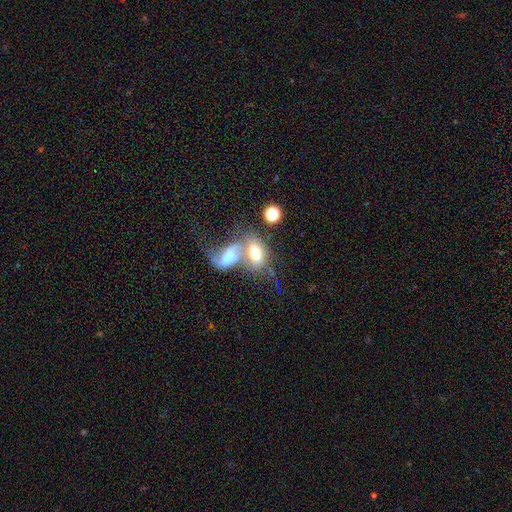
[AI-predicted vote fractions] Smooth or featured? Predicted: smooth (p=0.50). How rounded? Predicted: in between (p=0.78). Merging? Predicted: merger (p=0.69).